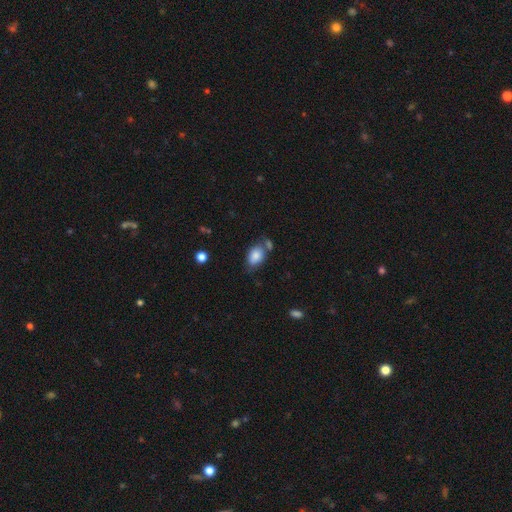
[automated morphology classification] Smooth or featured?
  - smooth: 83% *
  - featured or disk: 9%
  - star or artifact: 8%
How rounded?
  - in between: 83% *
  - round: 16%
  - cigar-shaped: 1%
Merging?
  - none: 55% *
  - minor disturbance: 21%
  - merger: 17%
  - major disturbance: 7%